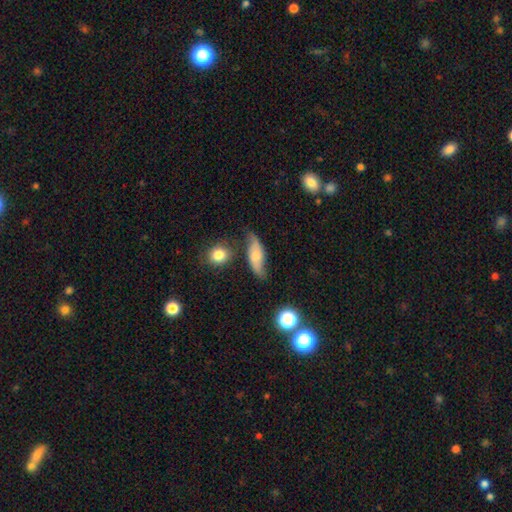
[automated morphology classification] Smooth or featured: smooth — 46% (featured or disk — 45%)
Merging: none — 57% (minor disturbance — 27%)